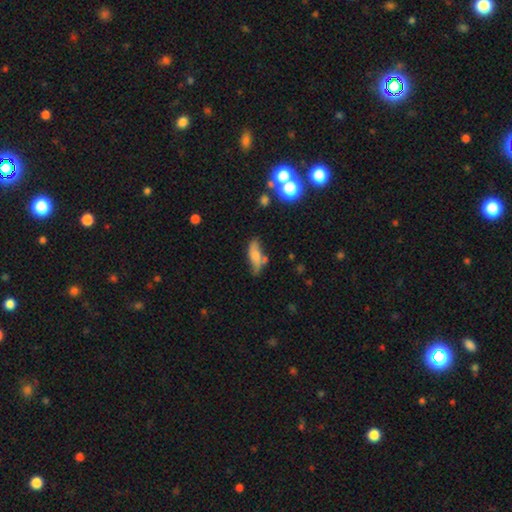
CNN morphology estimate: Q: Smooth or featured?
A: smooth (65%); runner-up: featured or disk (25%)
Q: How rounded?
A: in between (64%); runner-up: cigar-shaped (33%)
Q: Merging?
A: none (47%); runner-up: minor disturbance (30%)